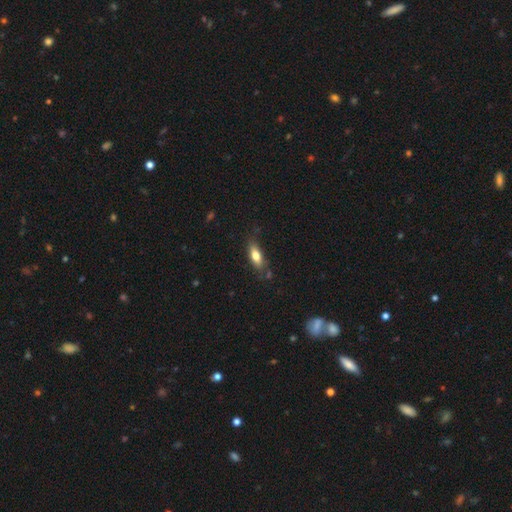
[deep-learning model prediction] Smooth or featured? Predicted: smooth (p=0.74). How rounded? Predicted: in between (p=0.69). Merging? Predicted: none (p=0.71).